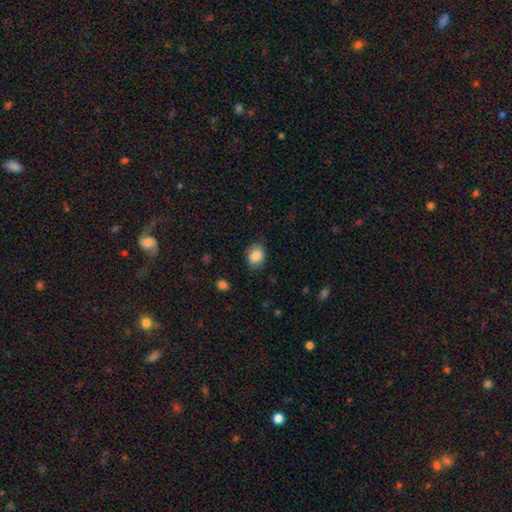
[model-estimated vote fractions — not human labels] Morphology: type=smooth (86%); roundness=in between (55%); merging=none (80%).